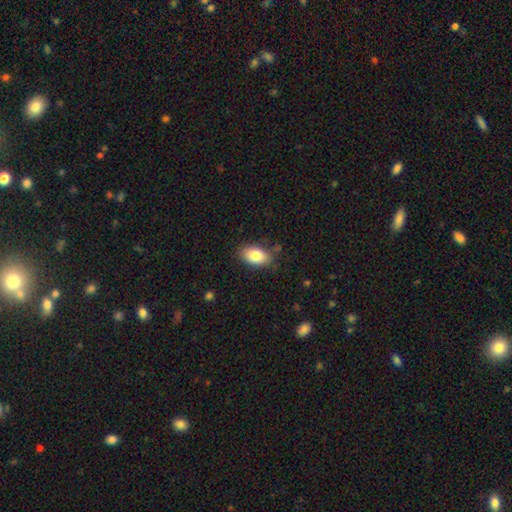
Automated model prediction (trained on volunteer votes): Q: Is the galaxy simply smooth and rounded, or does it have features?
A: smooth — 82%.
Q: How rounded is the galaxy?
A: in between — 91%.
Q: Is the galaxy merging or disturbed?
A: none — 81%.